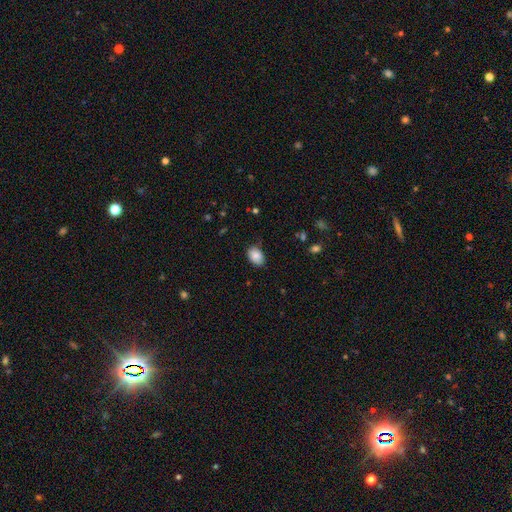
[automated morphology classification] Smooth or featured: smooth — 86% (star or artifact — 8%)
How rounded: in between — 81% (round — 18%)
Merging: none — 79% (minor disturbance — 17%)